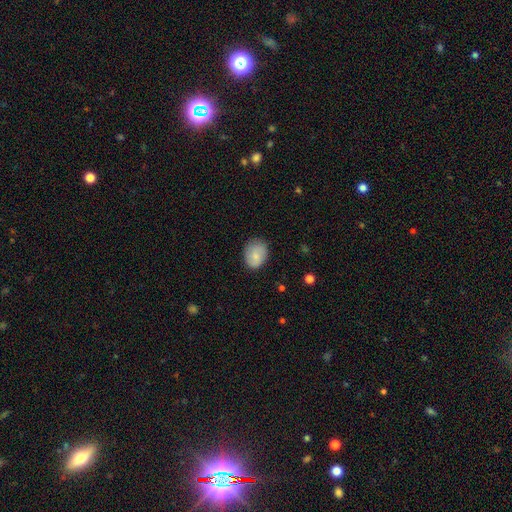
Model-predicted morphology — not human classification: Smooth or featured?
  - smooth: 77% *
  - featured or disk: 16%
  - star or artifact: 7%
How rounded?
  - in between: 57% *
  - round: 42%
  - cigar-shaped: 1%
Merging?
  - none: 75% *
  - minor disturbance: 20%
  - major disturbance: 4%
  - merger: 1%